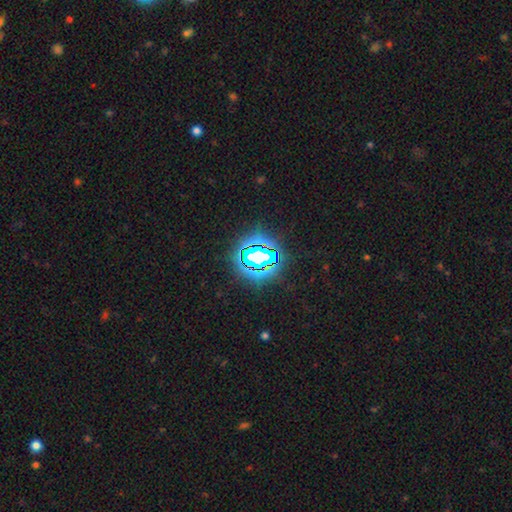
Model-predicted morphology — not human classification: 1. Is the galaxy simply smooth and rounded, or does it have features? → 72% star or artifact, 17% smooth, 12% featured or disk.